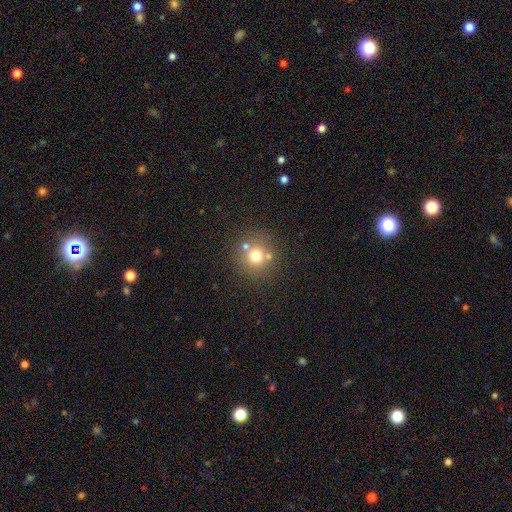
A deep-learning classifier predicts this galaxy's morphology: A smooth galaxy with no disk features (69%) that is round (92%).

Vote fractions:
- Smooth or featured? smooth: 69% / star or artifact: 16% / featured or disk: 15%
- How rounded? round: 92% / in between: 7% / cigar-shaped: 1%
- Merging? none: 68% / merger: 19% / minor disturbance: 9% / major disturbance: 4%